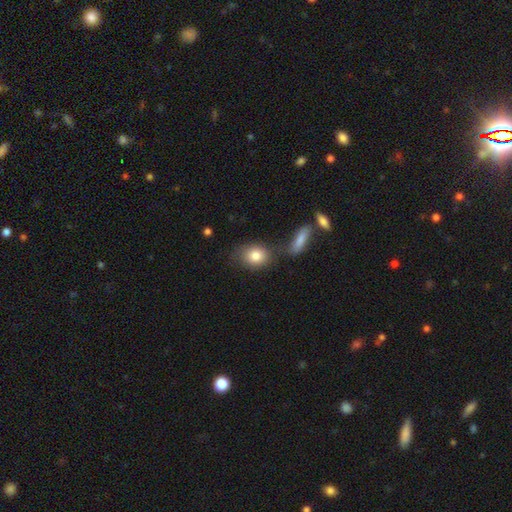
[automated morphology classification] A smooth galaxy with no disk features (82%) that is in between round and cigar-shaped (51%).

Vote fractions:
- Smooth or featured? smooth: 82% / featured or disk: 10% / star or artifact: 8%
- How rounded? in between: 51% / round: 47% / cigar-shaped: 2%
- Merging? none: 62% / merger: 17% / minor disturbance: 15% / major disturbance: 5%